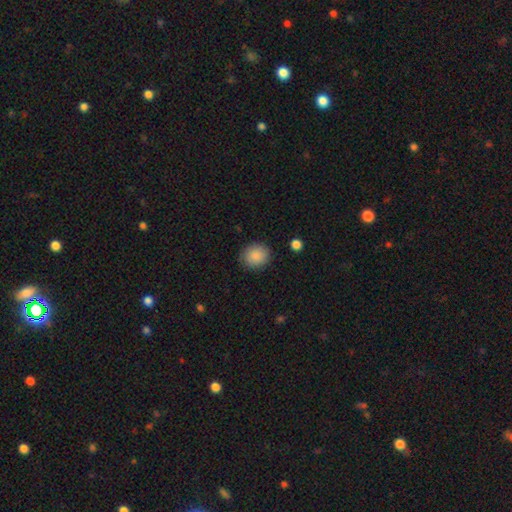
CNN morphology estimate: A smooth galaxy with no disk features (88%) that is round (75%). Merging: none (86%).